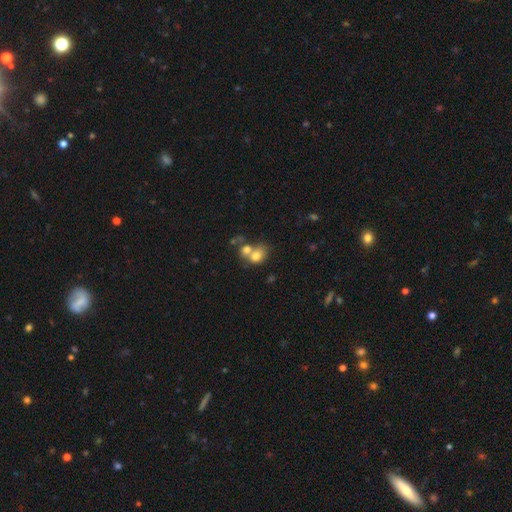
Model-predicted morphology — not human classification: Smooth or featured?
  - smooth: 72% *
  - featured or disk: 17%
  - star or artifact: 11%
How rounded?
  - round: 52% *
  - in between: 47%
  - cigar-shaped: 1%
Merging?
  - merger: 62% *
  - none: 25%
  - minor disturbance: 8%
  - major disturbance: 5%